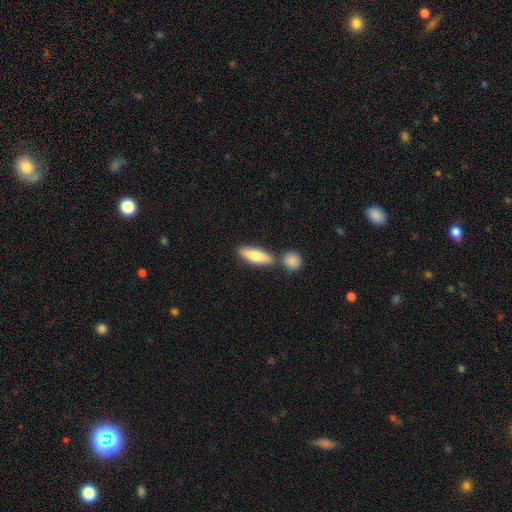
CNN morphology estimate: Smooth or featured? Predicted: smooth (p=0.75). How rounded? Predicted: in between (p=0.53). Merging? Predicted: none (p=0.69).